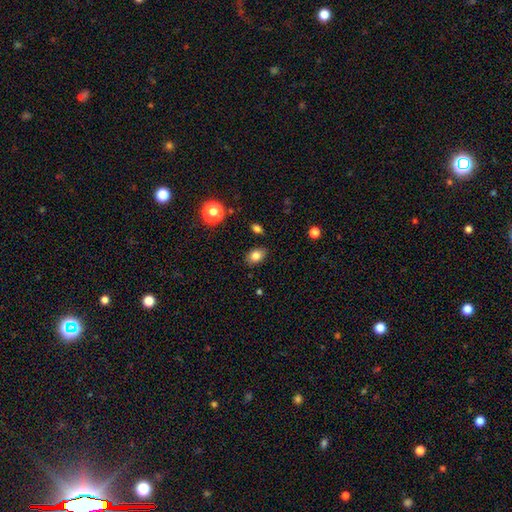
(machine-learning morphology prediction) type=smooth (82%); roundness=in between (77%); merging=none (84%).